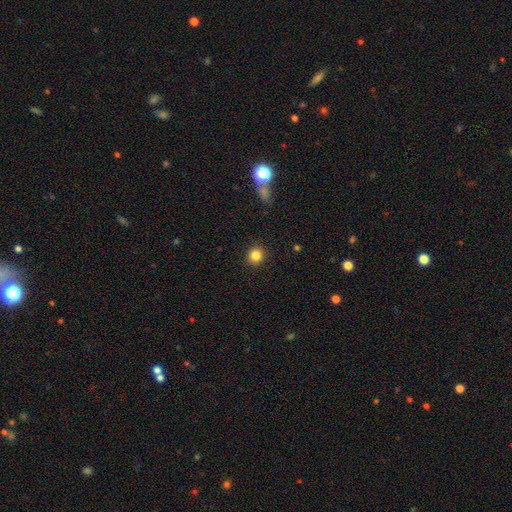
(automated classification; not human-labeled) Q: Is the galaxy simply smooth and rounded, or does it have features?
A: smooth — 83%.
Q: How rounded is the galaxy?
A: round — 89%.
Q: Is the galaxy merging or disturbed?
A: none — 92%.